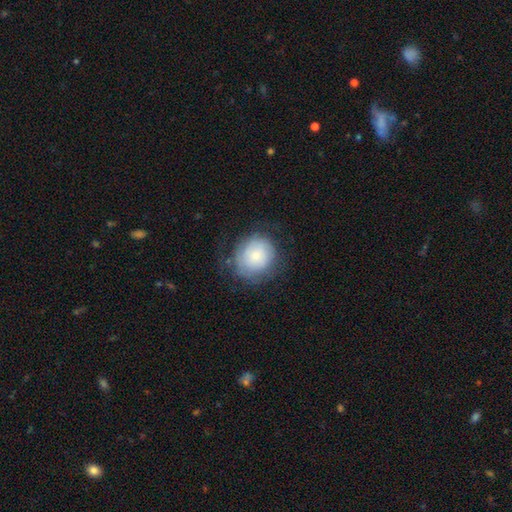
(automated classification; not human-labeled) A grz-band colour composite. It shows a smooth galaxy with no disk features (70%) that is round (83%). Merging: none (65%).